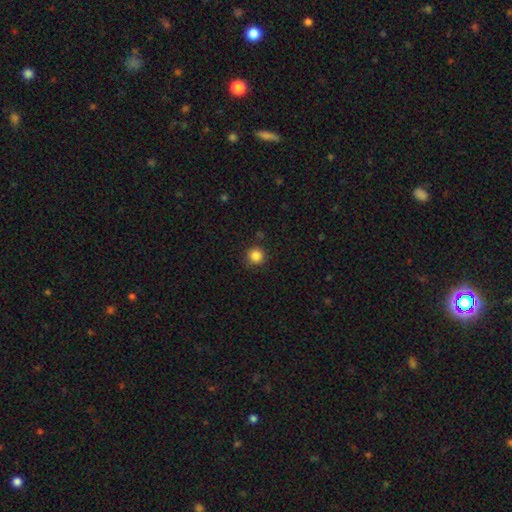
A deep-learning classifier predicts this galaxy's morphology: type=smooth (85%); roundness=round (95%); merging=none (88%).